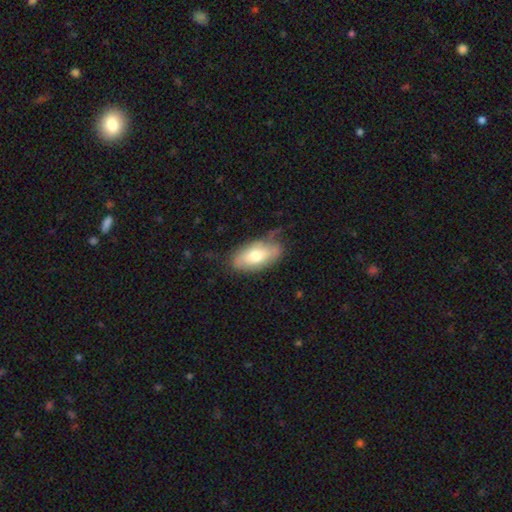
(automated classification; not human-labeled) smooth_or_featured: smooth (p=0.64) [alt: featured or disk p=0.30]
how_rounded: in between (p=0.92) [alt: cigar-shaped p=0.04]
merging: none (p=0.58) [alt: minor disturbance p=0.29]